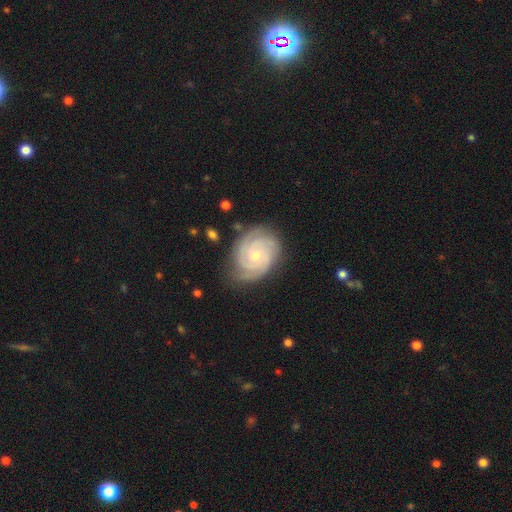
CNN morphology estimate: Overall: featured or disk (87%). Edge-on disk: no (98%). Bar: no (76%). Spiral arms: yes (97%). Spiral arm count: 3 (39%; 2 20%). Spiral winding: tight (77%). Bulge size: small (57%; moderate 40%). Merging: none (77%).